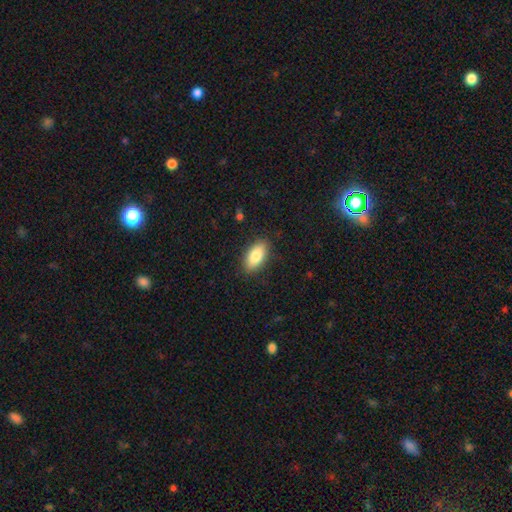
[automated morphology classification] Q: Smooth or featured?
A: smooth (84%); runner-up: featured or disk (10%)
Q: How rounded?
A: in between (90%); runner-up: cigar-shaped (7%)
Q: Merging?
A: none (87%); runner-up: minor disturbance (10%)